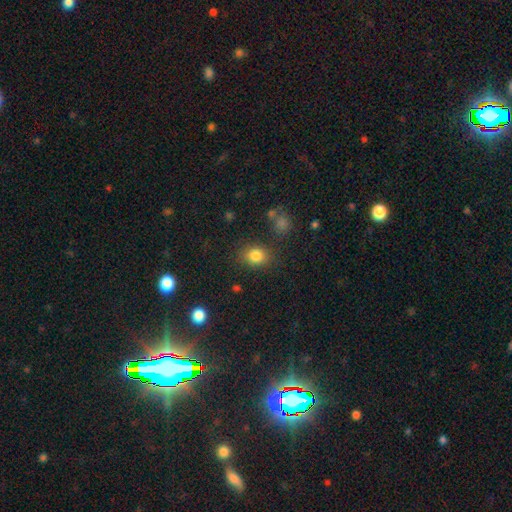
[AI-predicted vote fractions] The model was most divided on "how rounded": round: 51%, in between: 48%, cigar-shaped: 1%. More confident: smooth or featured — smooth (82%); merging — none (79%).